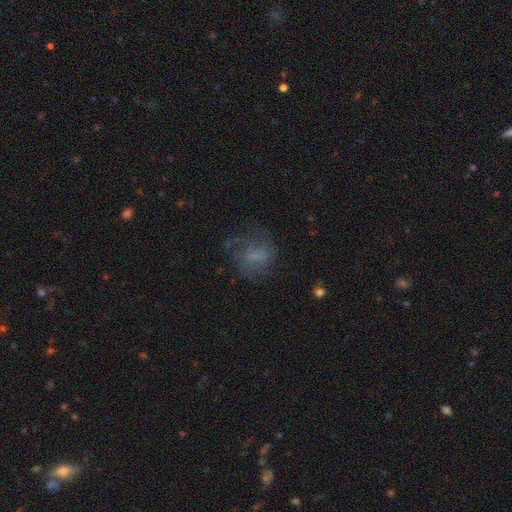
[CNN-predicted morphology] Q: Smooth or featured?
A: featured or disk (48%); runner-up: smooth (38%)
Q: Merging?
A: none (54%); runner-up: major disturbance (24%)